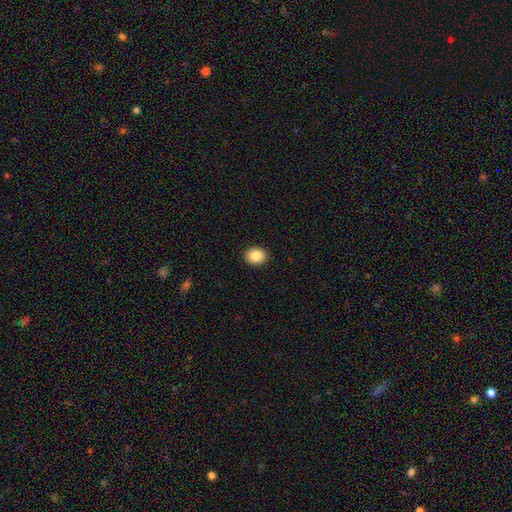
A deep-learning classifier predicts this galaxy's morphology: Smooth or featured?
  - smooth: 86% *
  - star or artifact: 9%
  - featured or disk: 5%
How rounded?
  - round: 58% *
  - in between: 41%
  - cigar-shaped: 1%
Merging?
  - none: 91% *
  - minor disturbance: 6%
  - major disturbance: 2%
  - merger: 1%